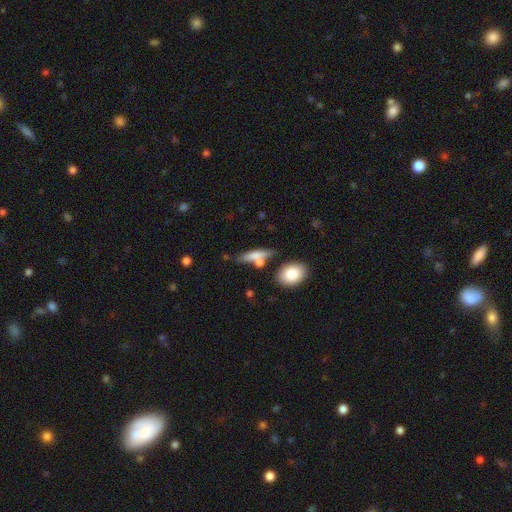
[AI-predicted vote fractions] Overall: smooth (62%; featured or disk 30%). How rounded: cigar-shaped (66%; in between 28%). Merging: none (62%).